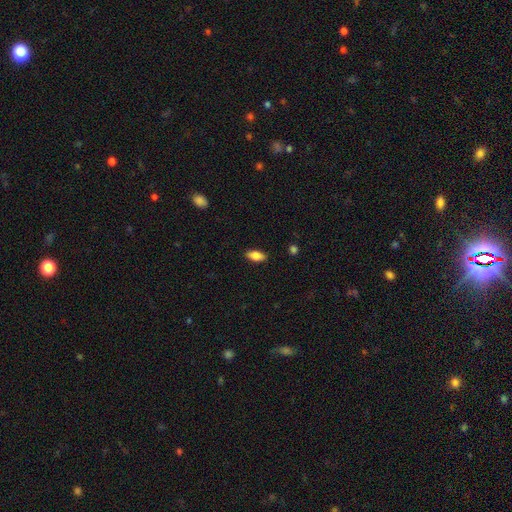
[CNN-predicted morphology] smooth-or-featured: smooth: 81% | featured or disk: 12% | star or artifact: 7%
  how-rounded: in between: 87% | cigar-shaped: 10% | round: 3%
  merging: none: 87% | minor disturbance: 10% | major disturbance: 2% | merger: 1%